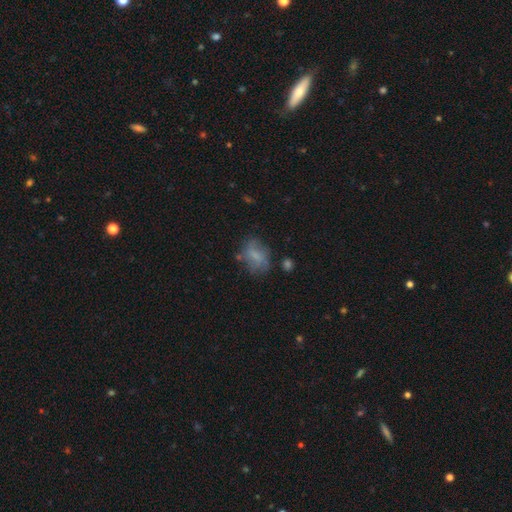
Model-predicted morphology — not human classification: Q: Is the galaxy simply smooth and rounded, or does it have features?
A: smooth — 58%.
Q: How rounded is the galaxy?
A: in between — 75%.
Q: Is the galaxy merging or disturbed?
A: none — 54%.